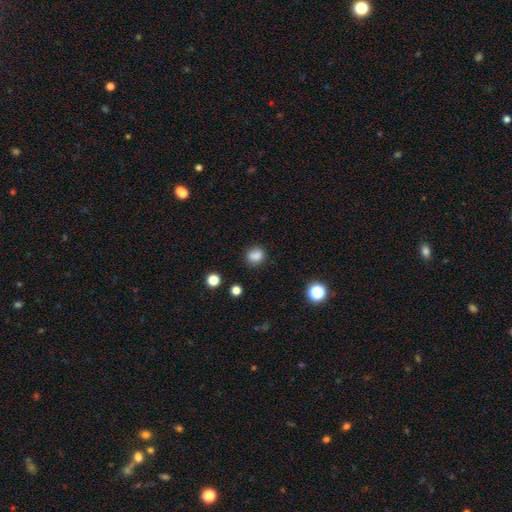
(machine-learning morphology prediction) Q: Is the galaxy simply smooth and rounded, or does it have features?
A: smooth — 83%.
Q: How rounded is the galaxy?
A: round — 66%.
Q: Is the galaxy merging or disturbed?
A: none — 79%.